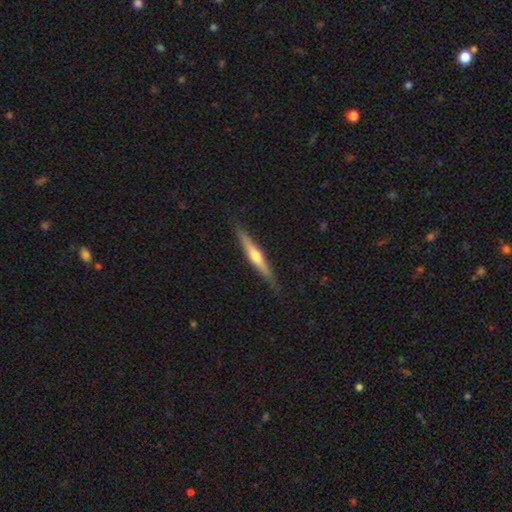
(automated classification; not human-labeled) This is likely a featured or disk galaxy (64%). It is clearly viewed edge-on (97%). Edge-on bulge: clearly rounded (87%). Merging: clearly none (86%).